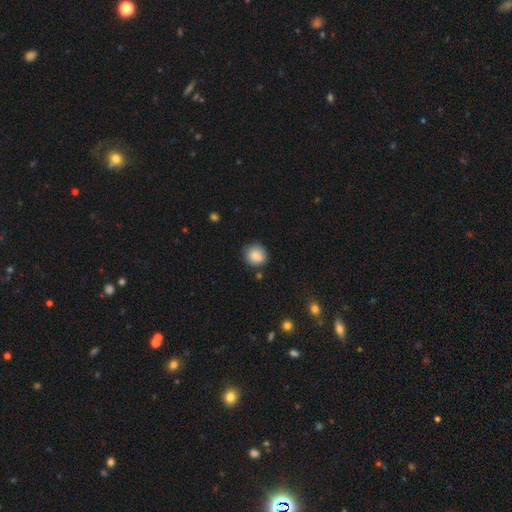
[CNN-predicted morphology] Smooth or featured: smooth — 88% (star or artifact — 8%)
How rounded: round — 89% (in between — 10%)
Merging: none — 83% (minor disturbance — 12%)